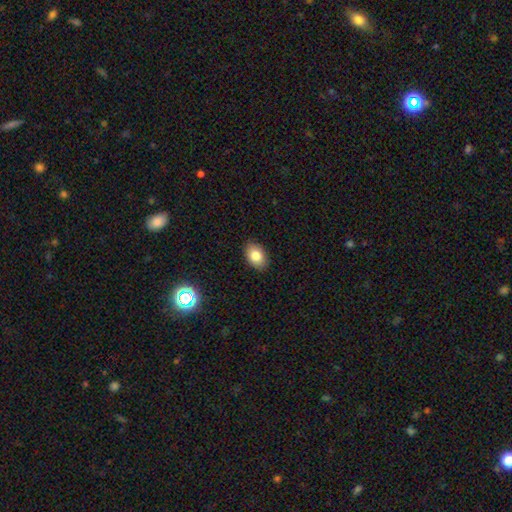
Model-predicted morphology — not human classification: Smooth or featured? Predicted: smooth (p=0.82). How rounded? Predicted: in between (p=0.83). Merging? Predicted: none (p=0.89).